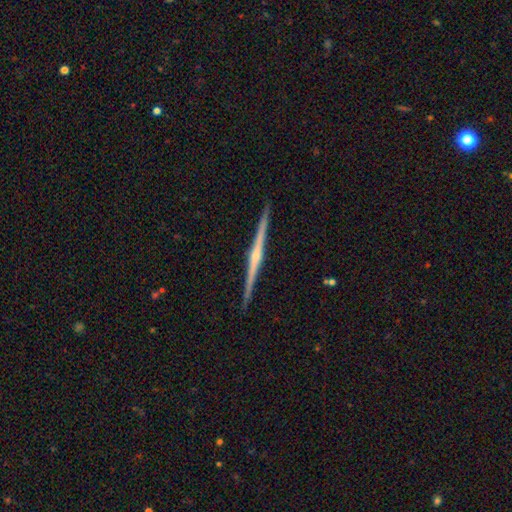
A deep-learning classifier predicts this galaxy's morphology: Smooth or featured?
  - featured or disk: 82% *
  - smooth: 13%
  - star or artifact: 5%
Edge-on disk?
  - yes: 99% *
  - no: 1%
Edge-on bulge?
  - rounded: 67% *
  - none: 20%
  - boxy: 13%
Merging?
  - none: 92% *
  - minor disturbance: 5%
  - major disturbance: 1%
  - merger: 1%